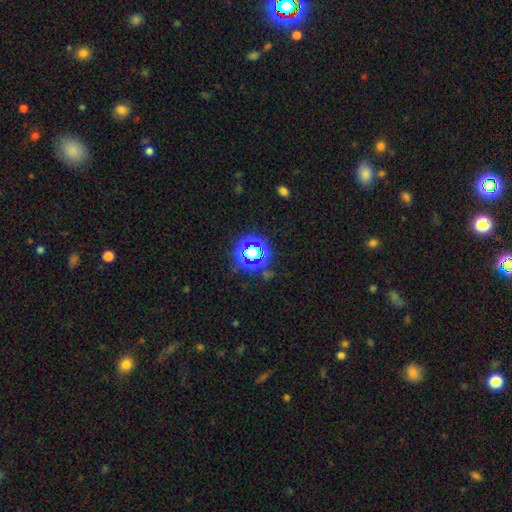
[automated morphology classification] Q: Smooth or featured?
A: star or artifact (61%); runner-up: smooth (27%)